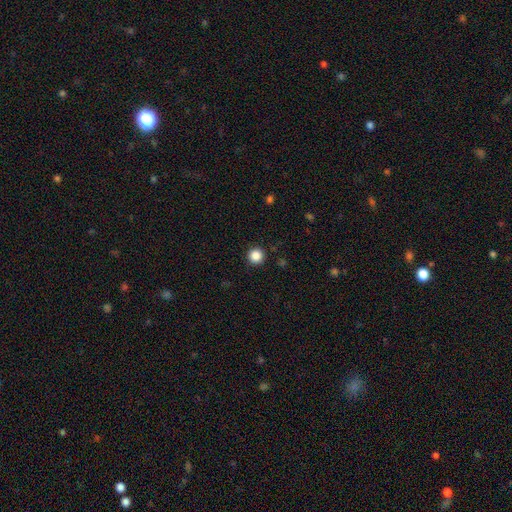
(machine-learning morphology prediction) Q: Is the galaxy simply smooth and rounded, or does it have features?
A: smooth — 86%.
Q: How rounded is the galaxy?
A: round — 96%.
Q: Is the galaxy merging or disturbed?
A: none — 93%.